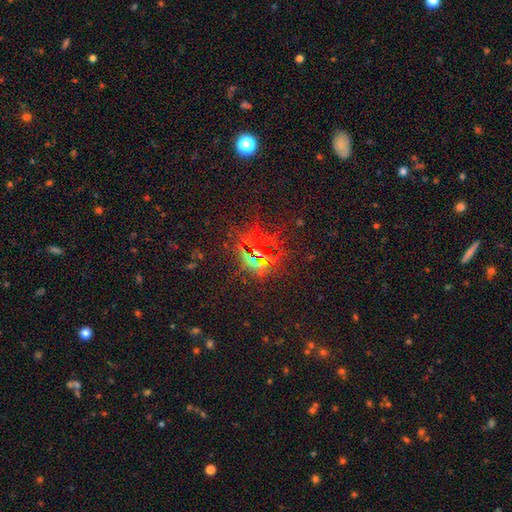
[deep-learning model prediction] Morphology: type=star or artifact (77%).